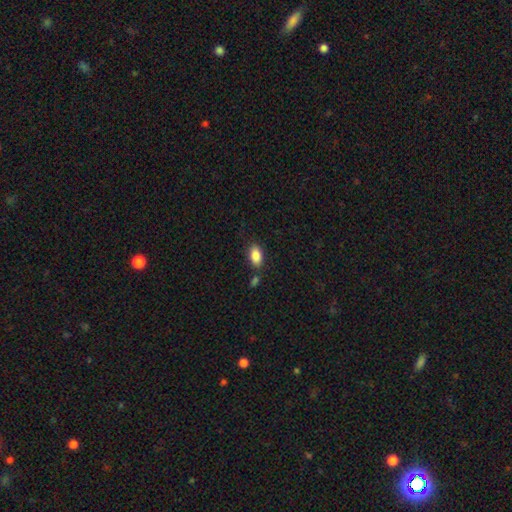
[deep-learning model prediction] smooth-or-featured: smooth: 87% | star or artifact: 8% | featured or disk: 6%
  how-rounded: in between: 91% | round: 6% | cigar-shaped: 3%
  merging: none: 77% | minor disturbance: 12% | merger: 8% | major disturbance: 3%